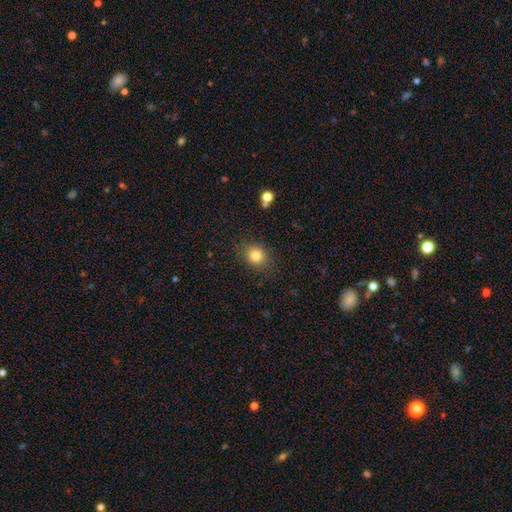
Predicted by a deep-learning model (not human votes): Overall: smooth (83%). How rounded: round (66%; in between 33%). Merging: none (84%).